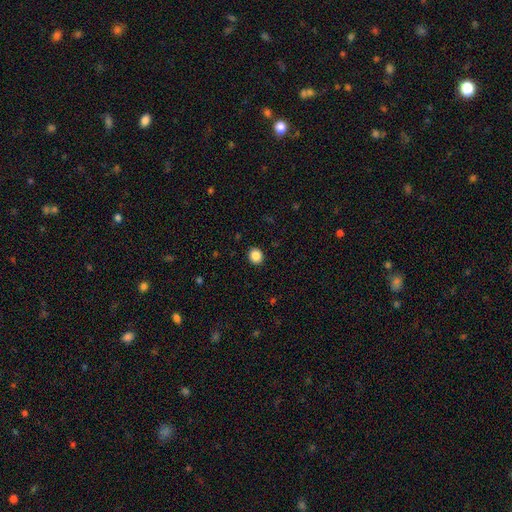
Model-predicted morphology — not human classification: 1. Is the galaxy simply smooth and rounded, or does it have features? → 87% smooth, 10% star or artifact, 3% featured or disk.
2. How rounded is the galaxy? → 81% round, 18% in between, 1% cigar-shaped.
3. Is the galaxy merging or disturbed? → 92% none, 5% minor disturbance, 2% major disturbance, 1% merger.